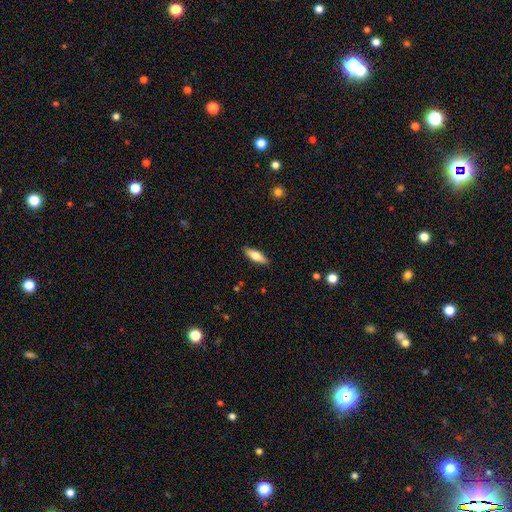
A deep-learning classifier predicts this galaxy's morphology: A smooth galaxy with no disk features (60%) that is cigar-shaped (53%).

Vote fractions:
- Smooth or featured? smooth: 60% / featured or disk: 34% / star or artifact: 6%
- How rounded? cigar-shaped: 53% / in between: 45% / round: 2%
- Merging? none: 89% / minor disturbance: 8% / major disturbance: 2% / merger: 1%